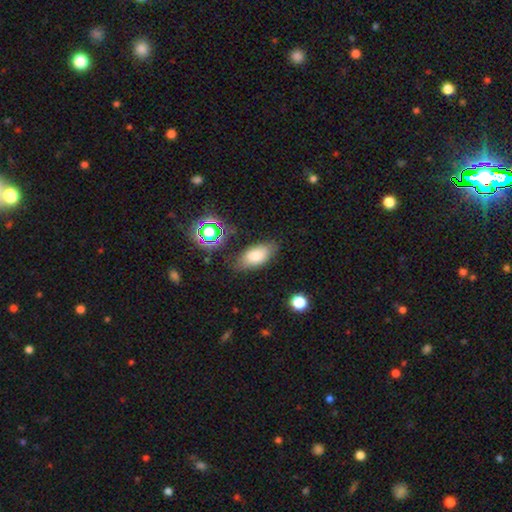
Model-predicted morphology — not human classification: A smooth galaxy with no disk features (80%) that is in between round and cigar-shaped (89%).

Vote fractions:
- Smooth or featured? smooth: 80% / featured or disk: 11% / star or artifact: 9%
- How rounded? in between: 89% / cigar-shaped: 7% / round: 4%
- Merging? none: 76% / minor disturbance: 17% / major disturbance: 4% / merger: 3%